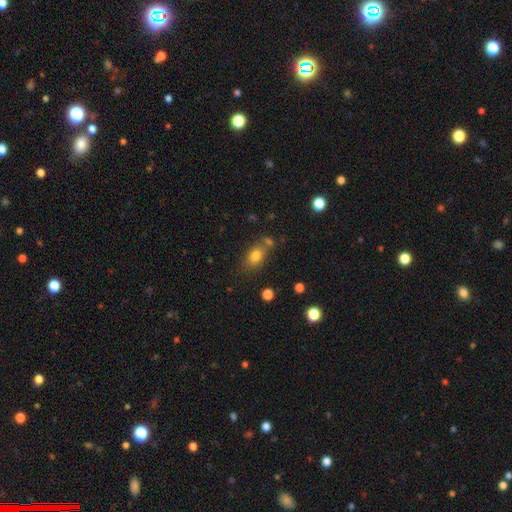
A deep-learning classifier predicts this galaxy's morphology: This is likely a smooth galaxy (79%). How rounded: likely in between (71%). Merging: likely none (63%).